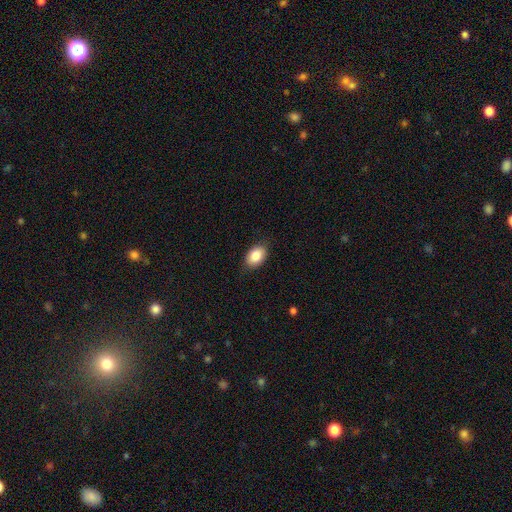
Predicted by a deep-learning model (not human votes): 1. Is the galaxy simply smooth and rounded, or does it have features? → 85% smooth, 8% featured or disk, 7% star or artifact.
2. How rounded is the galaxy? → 85% in between, 13% round, 1% cigar-shaped.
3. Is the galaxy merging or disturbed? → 83% none, 13% minor disturbance, 3% major disturbance, 1% merger.